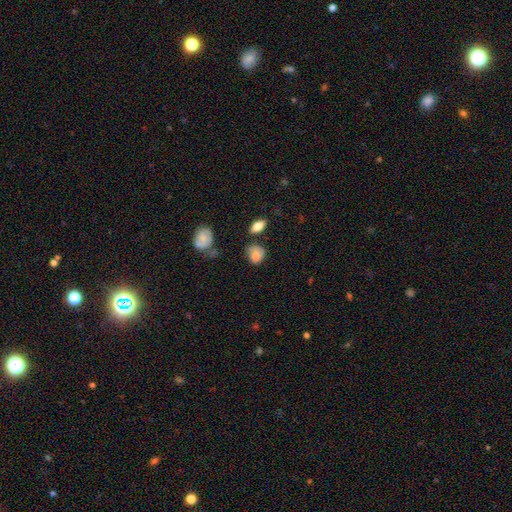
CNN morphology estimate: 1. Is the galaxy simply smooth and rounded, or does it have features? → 75% smooth, 15% featured or disk, 9% star or artifact.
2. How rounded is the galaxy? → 58% round, 40% in between, 1% cigar-shaped.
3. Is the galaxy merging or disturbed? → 52% none, 30% minor disturbance, 12% major disturbance, 6% merger.